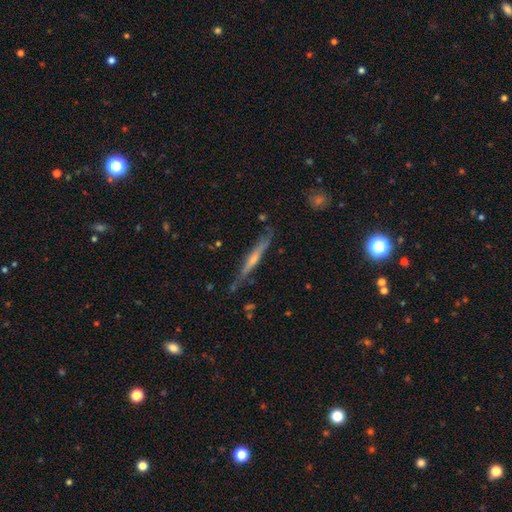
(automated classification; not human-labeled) A featured or disk galaxy (69%) viewed edge-on (95%) with a rounded central bulge (57%). Merging: none (84%).